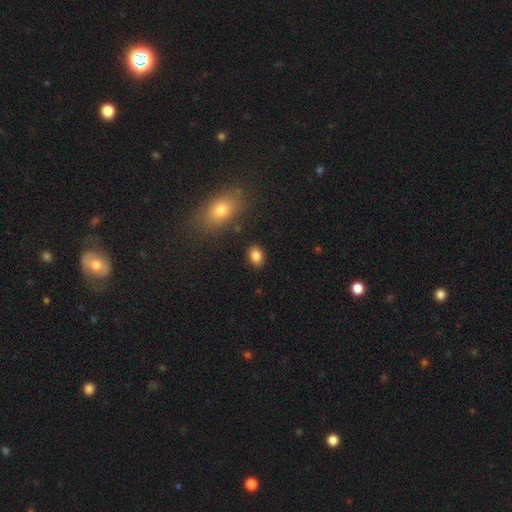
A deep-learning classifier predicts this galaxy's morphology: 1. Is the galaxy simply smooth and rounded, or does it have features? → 84% smooth, 9% star or artifact, 7% featured or disk.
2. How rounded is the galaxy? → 81% in between, 17% round, 2% cigar-shaped.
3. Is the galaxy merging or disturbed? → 87% none, 8% minor disturbance, 2% major disturbance, 2% merger.